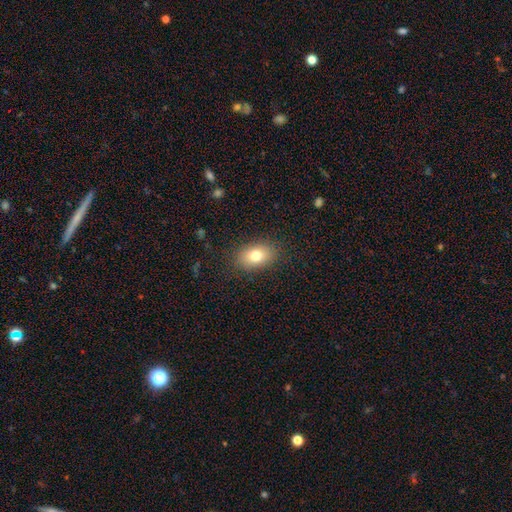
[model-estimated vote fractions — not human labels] A smooth galaxy with no disk features (78%) that is in between round and cigar-shaped (83%).

Vote fractions:
- Smooth or featured? smooth: 78% / featured or disk: 12% / star or artifact: 10%
- How rounded? in between: 83% / round: 15% / cigar-shaped: 1%
- Merging? none: 86% / minor disturbance: 10% / major disturbance: 3% / merger: 1%